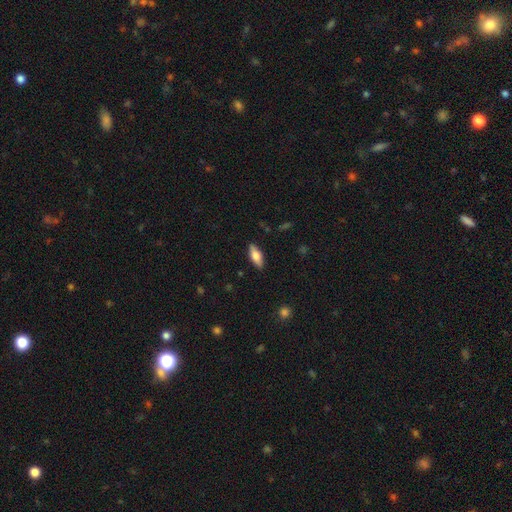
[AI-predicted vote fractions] A smooth galaxy with no disk features (69%) that is in between round and cigar-shaped (75%).

Vote fractions:
- Smooth or featured? smooth: 69% / featured or disk: 25% / star or artifact: 6%
- How rounded? in between: 75% / cigar-shaped: 22% / round: 2%
- Merging? none: 87% / minor disturbance: 10% / major disturbance: 2% / merger: 1%